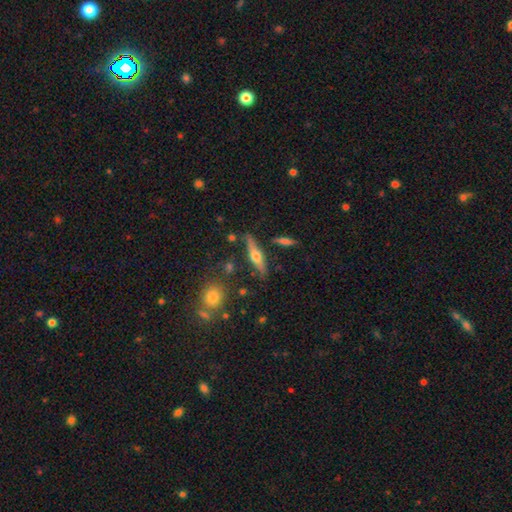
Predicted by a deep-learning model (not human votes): Smooth or featured: featured or disk — 63% (smooth — 30%)
Edge-on disk: yes — 94% (no — 6%)
Edge-on bulge: rounded — 93% (boxy — 4%)
Merging: none — 81% (minor disturbance — 11%)